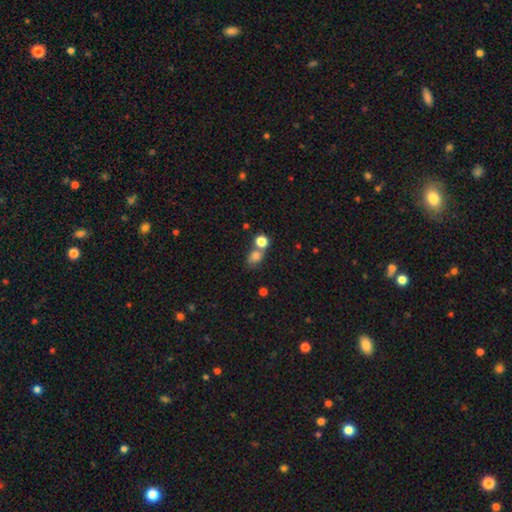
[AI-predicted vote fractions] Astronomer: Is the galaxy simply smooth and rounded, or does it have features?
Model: smooth — 78%.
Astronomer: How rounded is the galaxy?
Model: round — 51% (runner-up: in between, 47%).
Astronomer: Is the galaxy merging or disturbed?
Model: none — 44% (runner-up: merger, 39%).